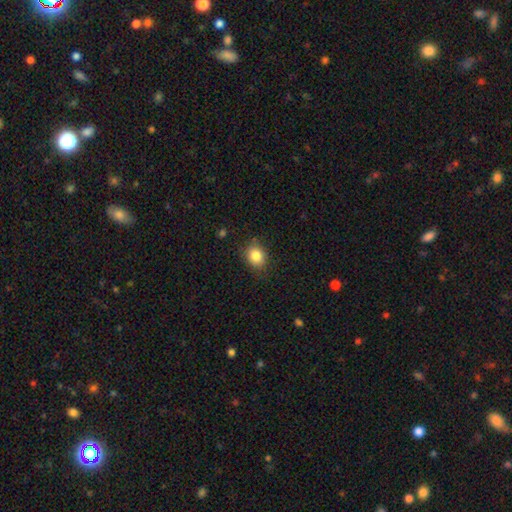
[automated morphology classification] Smooth or featured? smooth (84%)
How rounded? round (58%)
Merging? none (82%)